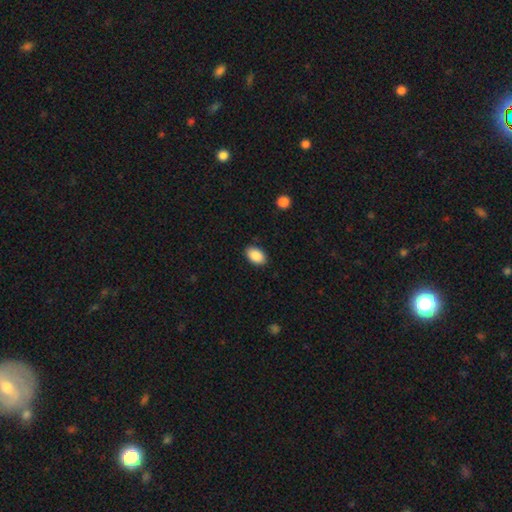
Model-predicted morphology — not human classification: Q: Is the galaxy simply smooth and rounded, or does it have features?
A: smooth — 89%.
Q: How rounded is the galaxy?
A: in between — 90%.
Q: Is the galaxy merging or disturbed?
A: none — 88%.